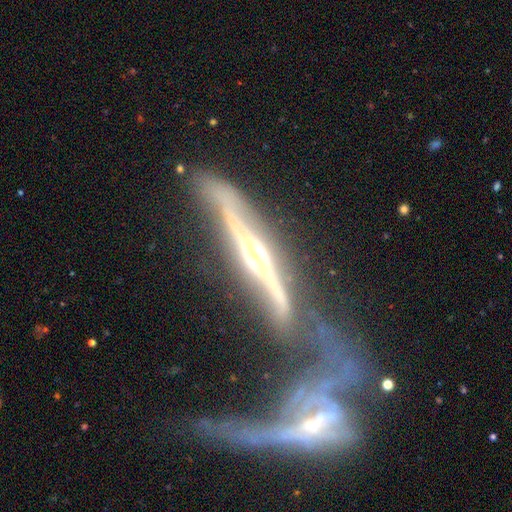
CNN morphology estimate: Smooth or featured: featured or disk — 86% (smooth — 9%)
Edge-on disk: yes — 87% (no — 13%)
Edge-on bulge: rounded — 86% (boxy — 7%)
Merging: merger — 40% (none — 32%)